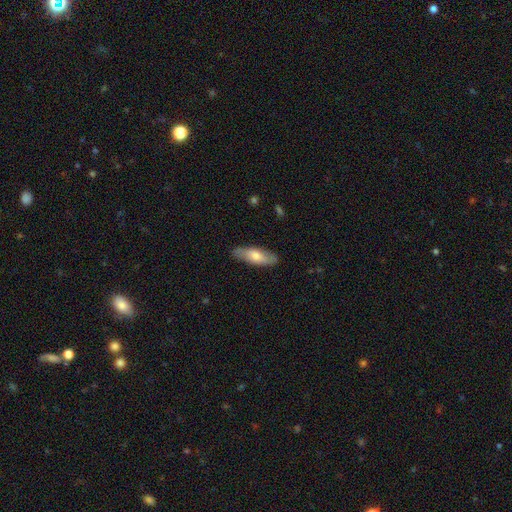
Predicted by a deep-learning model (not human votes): smooth-or-featured: smooth: 56% | featured or disk: 38% | star or artifact: 6%
  how-rounded: in between: 58% | cigar-shaped: 40% | round: 2%
  merging: none: 85% | minor disturbance: 12% | major disturbance: 2% | merger: 1%